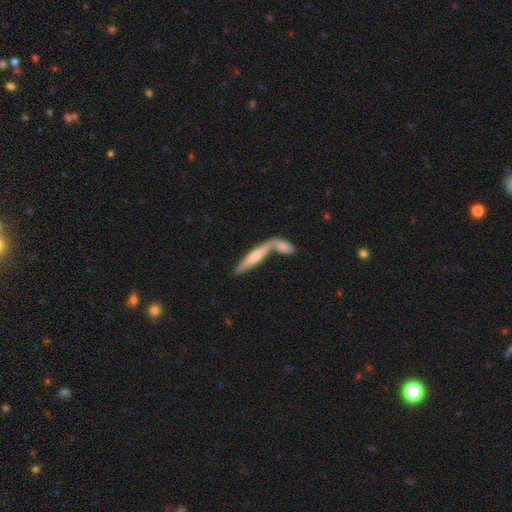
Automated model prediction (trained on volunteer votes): This is possibly a featured or disk galaxy (54%). It is clearly viewed edge-on (88%). Merging: marginally none (44%).